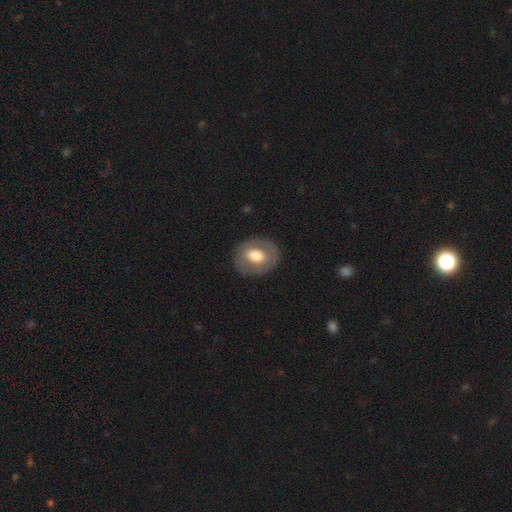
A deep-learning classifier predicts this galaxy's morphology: The model was most divided on "how rounded": round: 50%, in between: 49%, cigar-shaped: 1%. More confident: merging — none (82%); smooth or featured — smooth (56%).